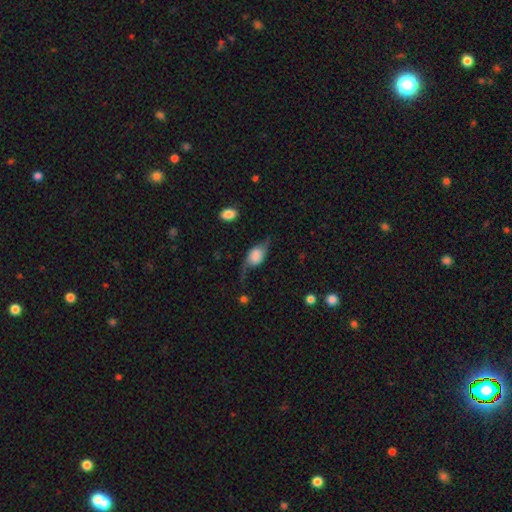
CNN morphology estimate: Smooth or featured? Predicted: featured or disk (p=0.58). Edge-on disk? Predicted: no (p=0.75). Merging? Predicted: none (p=0.52).